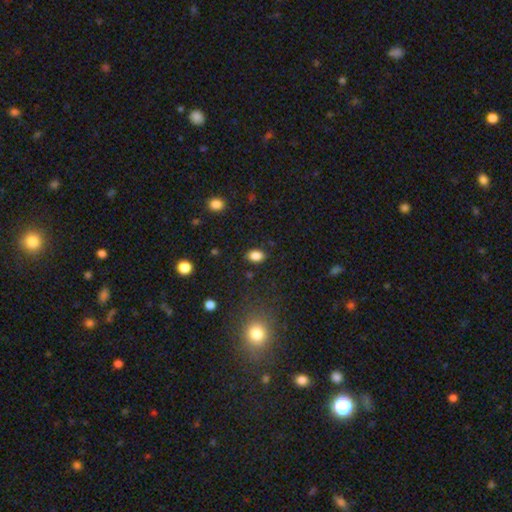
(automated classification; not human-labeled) Smooth or featured?
  - smooth: 85% *
  - star or artifact: 10%
  - featured or disk: 5%
How rounded?
  - in between: 80% *
  - round: 19%
  - cigar-shaped: 1%
Merging?
  - none: 86% *
  - minor disturbance: 10%
  - major disturbance: 3%
  - merger: 1%